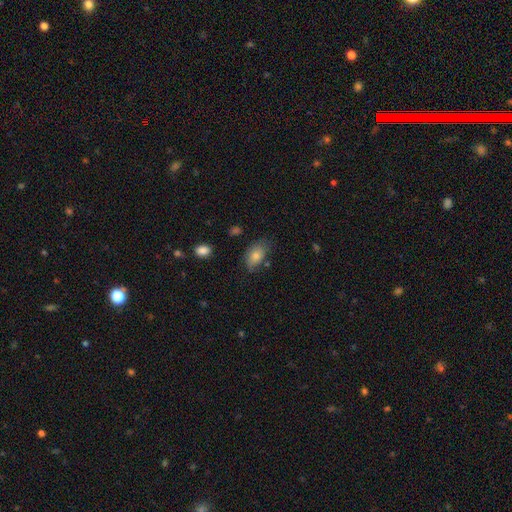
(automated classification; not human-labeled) Smooth or featured: smooth — 77% (featured or disk — 13%)
How rounded: in between — 89% (round — 9%)
Merging: none — 67% (minor disturbance — 24%)